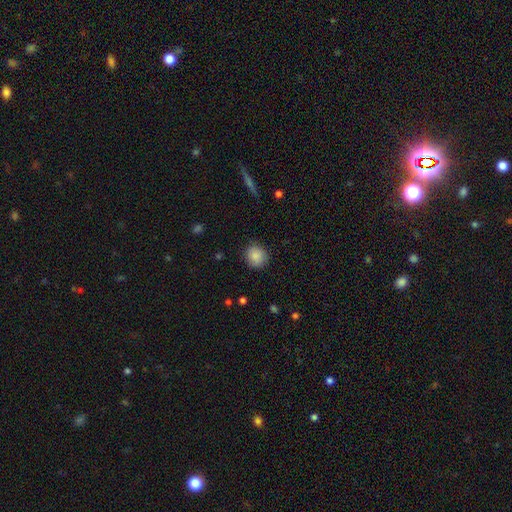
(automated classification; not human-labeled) smooth 88%, star or artifact 8%, featured or disk 4%. Down the decision tree: how rounded — round (86%); merging — none (87%).